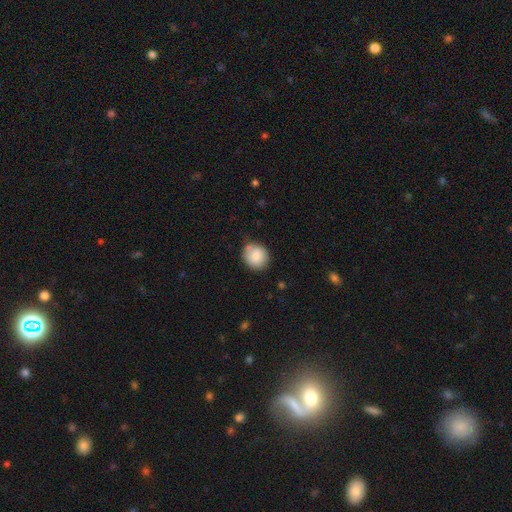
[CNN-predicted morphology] smooth-or-featured: smooth: 84% | featured or disk: 9% | star or artifact: 8%
  how-rounded: round: 78% | in between: 21% | cigar-shaped: 1%
  merging: none: 73% | minor disturbance: 19% | merger: 4% | major disturbance: 4%